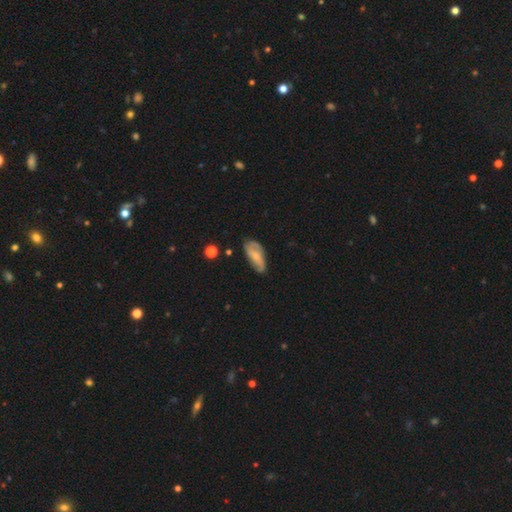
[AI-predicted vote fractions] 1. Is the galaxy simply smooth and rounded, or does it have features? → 54% featured or disk, 39% smooth, 7% star or artifact.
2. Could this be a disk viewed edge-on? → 90% no, 10% yes.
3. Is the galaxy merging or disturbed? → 65% none, 26% minor disturbance, 7% major disturbance, 2% merger.